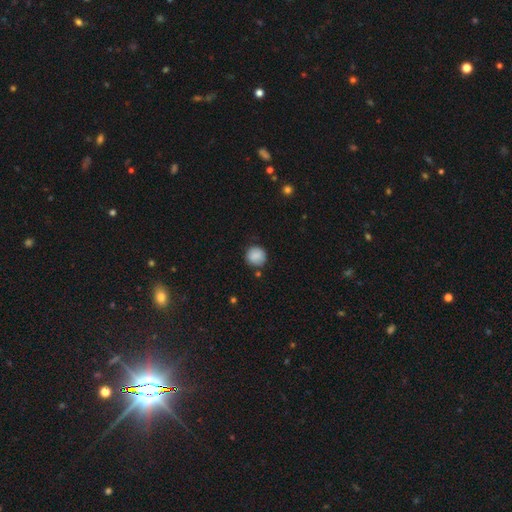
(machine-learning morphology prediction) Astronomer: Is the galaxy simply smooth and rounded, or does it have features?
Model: smooth — 87%.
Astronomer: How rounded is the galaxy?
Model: round — 92%.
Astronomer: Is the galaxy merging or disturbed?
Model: none — 81%.